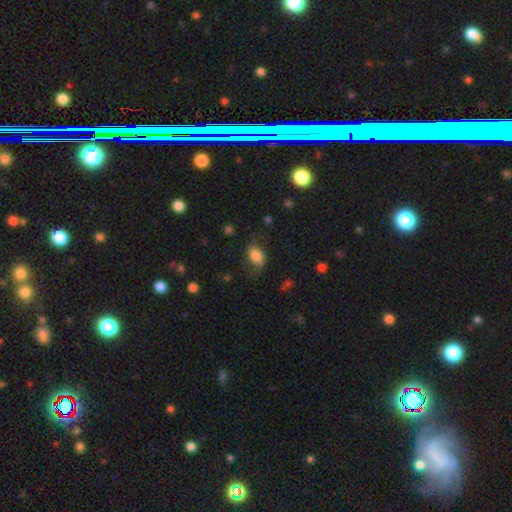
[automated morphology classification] smooth 71%, featured or disk 19%, star or artifact 9%. Down the decision tree: how rounded — in between (83%); merging — none (59%).